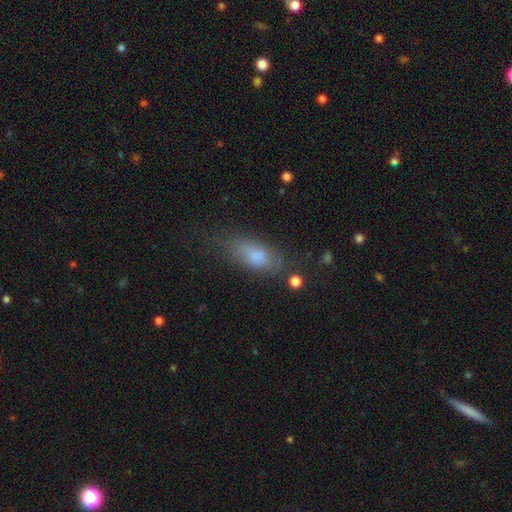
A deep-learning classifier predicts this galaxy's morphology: smooth 77%, featured or disk 14%, star or artifact 9%. Down the decision tree: how rounded — in between (79%); merging — none (58%).